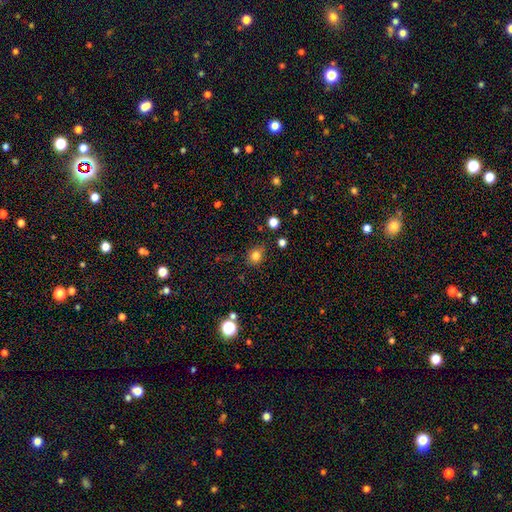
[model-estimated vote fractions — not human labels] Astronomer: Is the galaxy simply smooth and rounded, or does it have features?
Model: smooth — 80%.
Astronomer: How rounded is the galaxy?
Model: round — 71%.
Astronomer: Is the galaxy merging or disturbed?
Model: none — 77%.